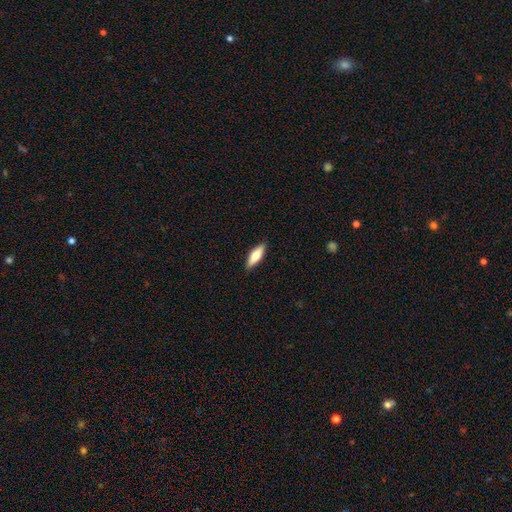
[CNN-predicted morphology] Smooth or featured? smooth (68%)
How rounded? in between (54%)
Merging? none (89%)